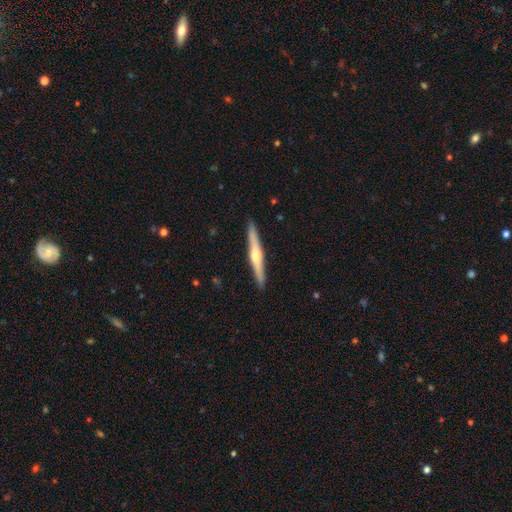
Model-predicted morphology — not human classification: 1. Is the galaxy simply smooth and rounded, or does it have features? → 70% featured or disk, 25% smooth, 5% star or artifact.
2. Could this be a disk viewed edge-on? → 98% yes, 2% no.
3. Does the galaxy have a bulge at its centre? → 89% rounded, 6% none, 5% boxy.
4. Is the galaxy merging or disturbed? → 92% none, 6% minor disturbance, 1% major disturbance, 1% merger.